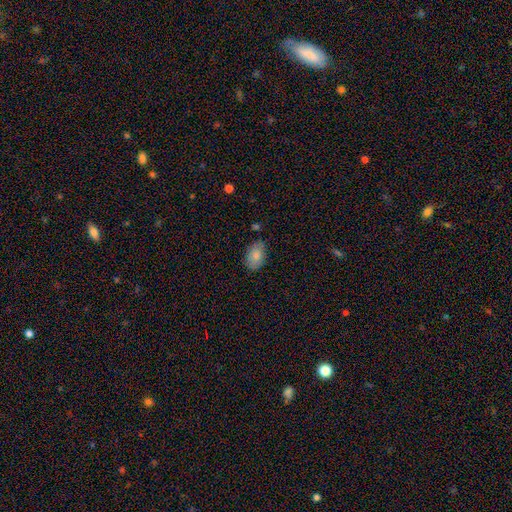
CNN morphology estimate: smooth_or_featured: smooth (p=0.83) [alt: featured or disk p=0.10]
how_rounded: in between (p=0.88) [alt: round p=0.10]
merging: none (p=0.76) [alt: minor disturbance p=0.18]